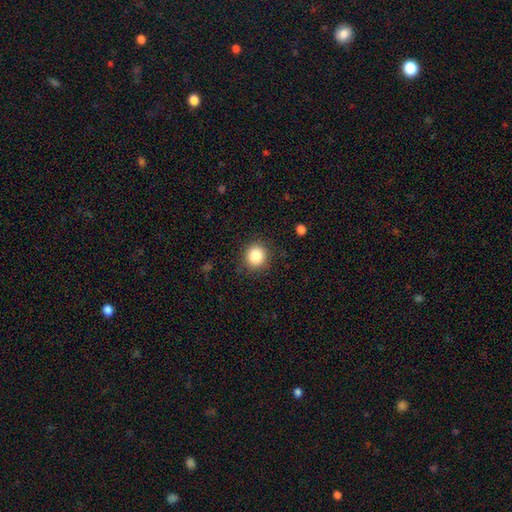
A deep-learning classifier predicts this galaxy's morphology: type=smooth (86%); roundness=round (88%); merging=none (88%).